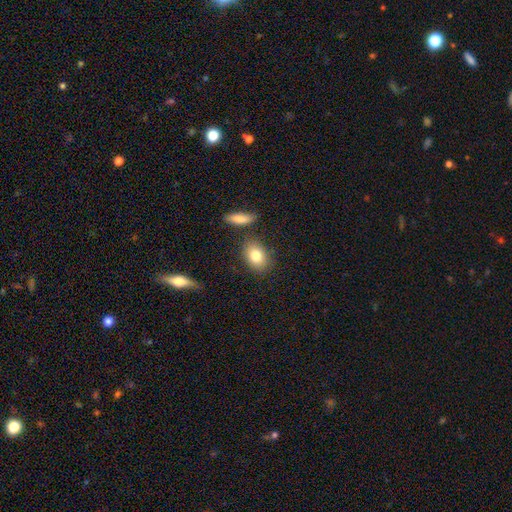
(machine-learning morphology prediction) Smooth or featured? smooth (82%)
How rounded? in between (80%)
Merging? none (78%)